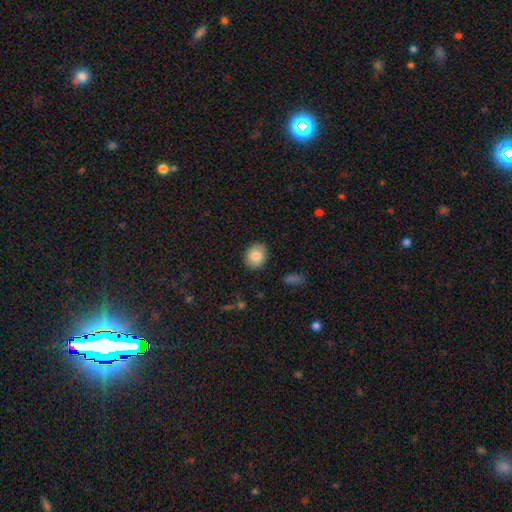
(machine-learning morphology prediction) Q: Smooth or featured?
A: smooth (84%); runner-up: featured or disk (9%)
Q: How rounded?
A: in between (51%); runner-up: round (48%)
Q: Merging?
A: none (87%); runner-up: minor disturbance (10%)